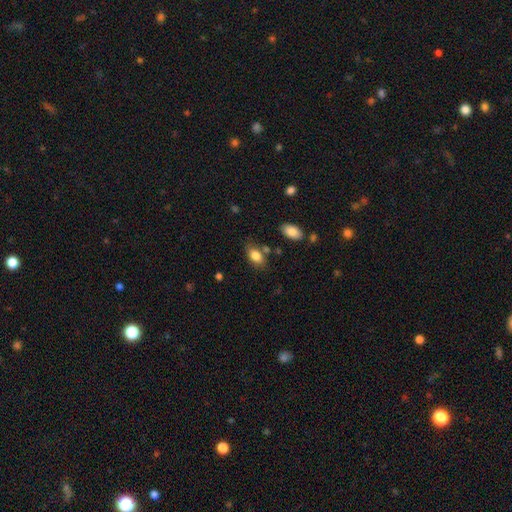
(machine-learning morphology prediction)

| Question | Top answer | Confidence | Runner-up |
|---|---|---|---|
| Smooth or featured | smooth | 83% | featured or disk (9%) |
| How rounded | in between | 91% | round (6%) |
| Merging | none | 71% | minor disturbance (17%) |